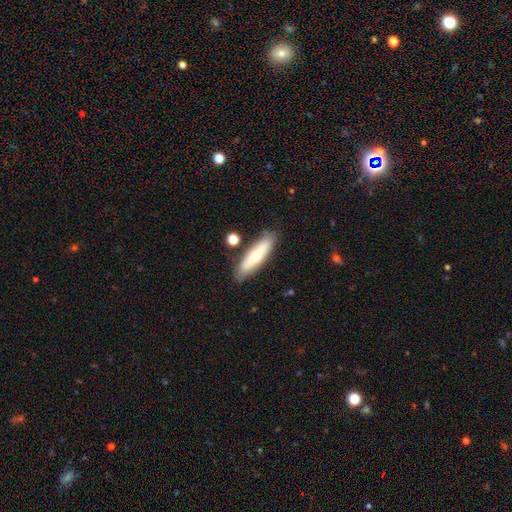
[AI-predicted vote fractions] smooth_or_featured: smooth (p=0.53) [alt: featured or disk p=0.41]
how_rounded: cigar-shaped (p=0.65) [alt: in between p=0.33]
merging: none (p=0.81) [alt: minor disturbance p=0.12]